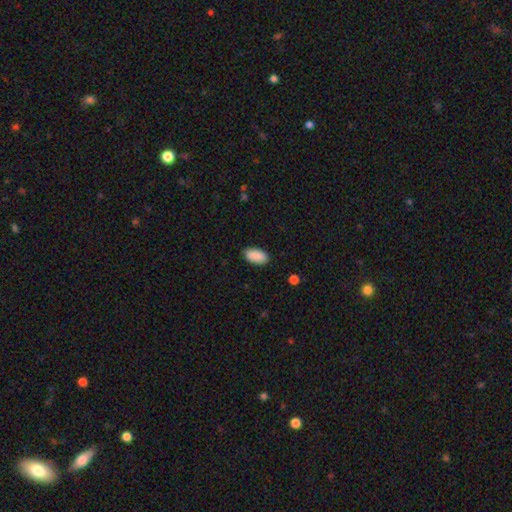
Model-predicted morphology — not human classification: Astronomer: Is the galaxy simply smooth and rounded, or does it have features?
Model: smooth — 90%.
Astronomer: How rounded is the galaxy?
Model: in between — 93%.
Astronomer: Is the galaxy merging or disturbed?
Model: none — 87%.